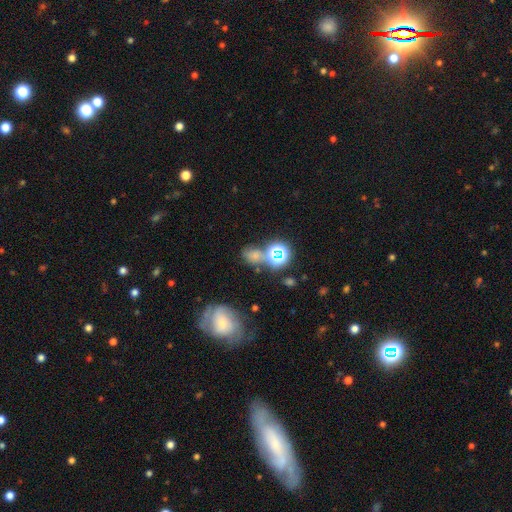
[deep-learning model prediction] Smooth or featured: smooth — 54% (star or artifact — 33%)
How rounded: round — 51% (in between — 48%)
Merging: none — 51% (merger — 24%)